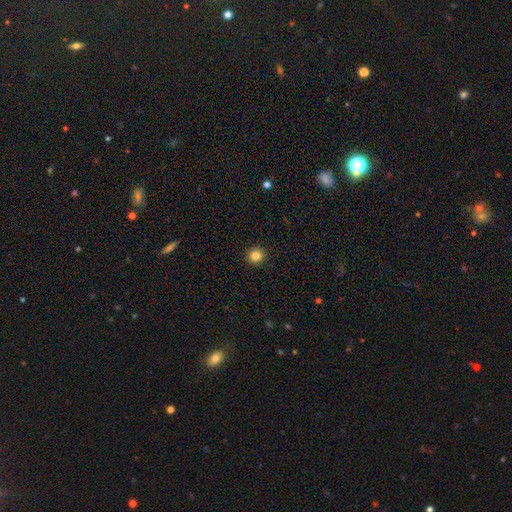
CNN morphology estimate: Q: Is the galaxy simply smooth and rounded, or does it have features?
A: smooth — 84%.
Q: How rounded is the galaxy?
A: round — 94%.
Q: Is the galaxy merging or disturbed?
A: none — 93%.